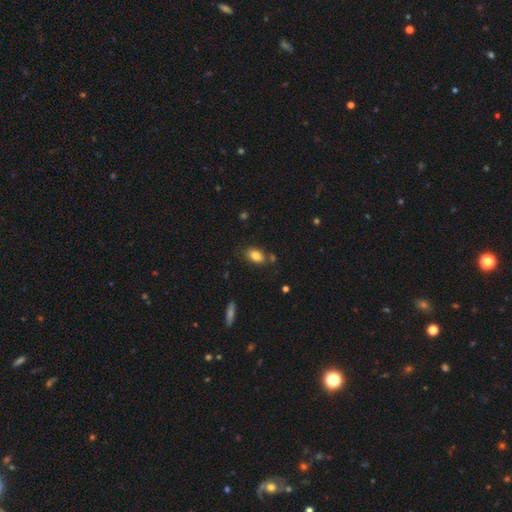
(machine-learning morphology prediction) type=smooth (82%); roundness=in between (88%); merging=none (74%).